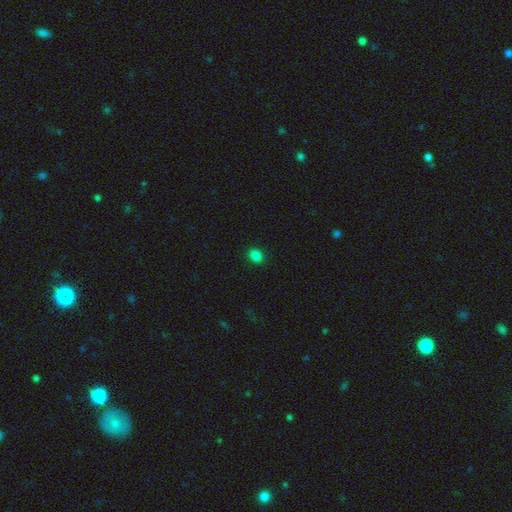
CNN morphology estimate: smooth 84%, star or artifact 13%, featured or disk 3%. Down the decision tree: how rounded — in between (53%); merging — none (90%).